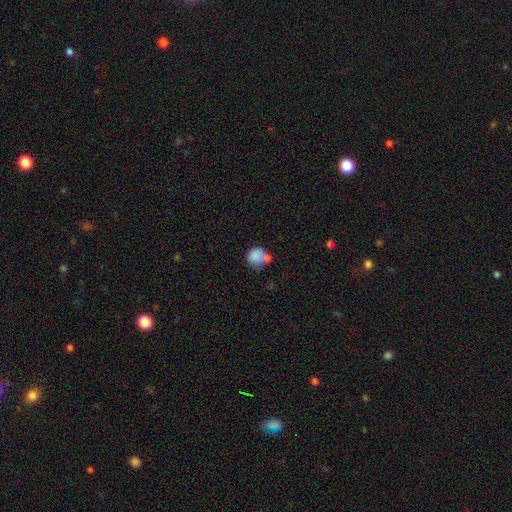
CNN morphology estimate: This appears to be a smooth galaxy with no disk features (81%) that is round (77%). Merging: none (39%).